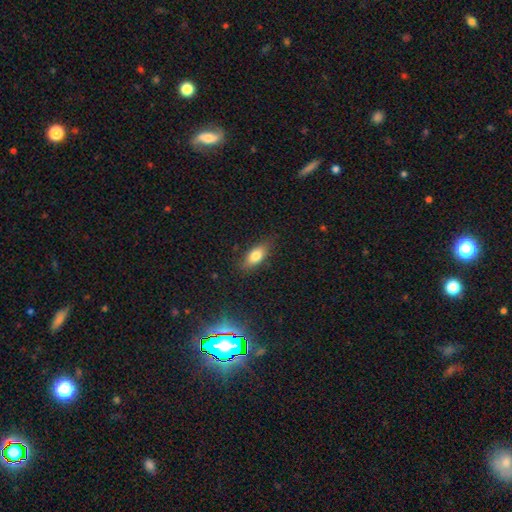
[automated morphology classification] Smooth or featured?
  - smooth: 78% *
  - featured or disk: 13%
  - star or artifact: 9%
How rounded?
  - in between: 82% *
  - cigar-shaped: 13%
  - round: 5%
Merging?
  - none: 81% *
  - minor disturbance: 14%
  - major disturbance: 3%
  - merger: 1%